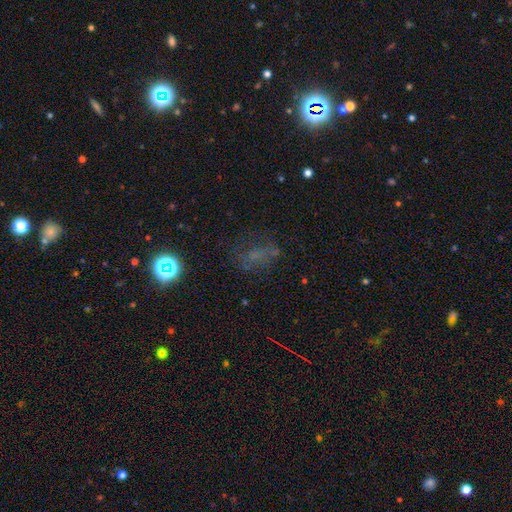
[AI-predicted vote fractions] Q: Smooth or featured?
A: smooth (40%); runner-up: star or artifact (33%)
Q: Merging?
A: none (55%); runner-up: major disturbance (21%)